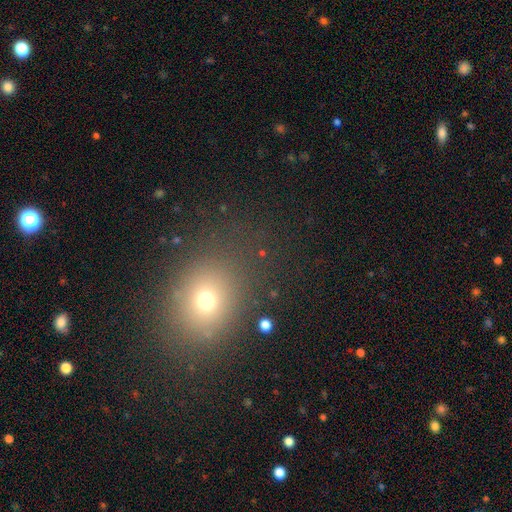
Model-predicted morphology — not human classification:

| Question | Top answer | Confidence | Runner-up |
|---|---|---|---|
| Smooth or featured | smooth | 62% | star or artifact (28%) |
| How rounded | round | 60% | in between (39%) |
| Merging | none | 84% | minor disturbance (9%) |